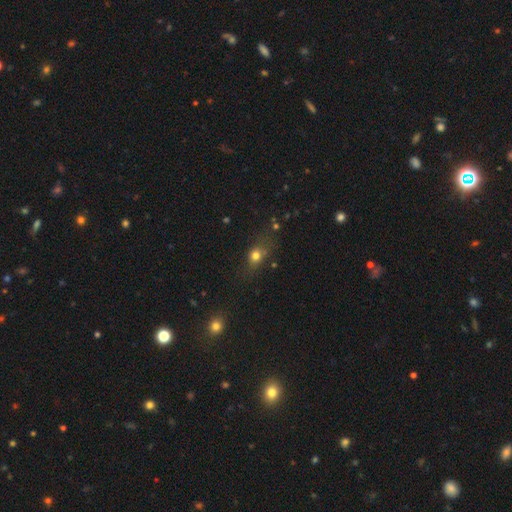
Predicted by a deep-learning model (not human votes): A smooth galaxy with no disk features (71%) that is round (49%). Merging: none (64%).